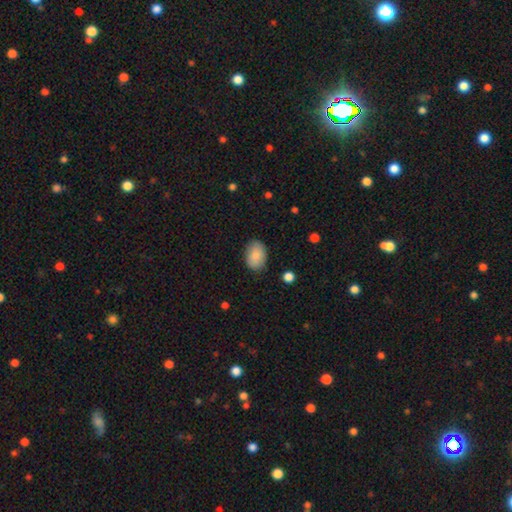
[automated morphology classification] smooth-or-featured: smooth: 85% | featured or disk: 8% | star or artifact: 7%
  how-rounded: in between: 83% | round: 16% | cigar-shaped: 1%
  merging: none: 83% | minor disturbance: 13% | major disturbance: 3% | merger: 1%